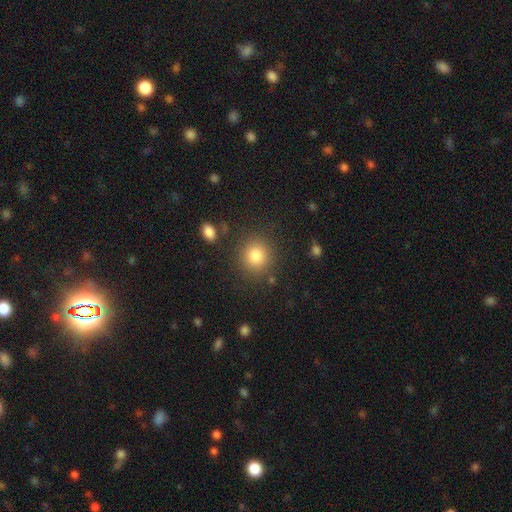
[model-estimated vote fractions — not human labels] A smooth galaxy with no disk features (83%) that is round (87%).

Vote fractions:
- Smooth or featured? smooth: 83% / star or artifact: 11% / featured or disk: 7%
- How rounded? round: 87% / in between: 12% / cigar-shaped: 1%
- Merging? none: 86% / minor disturbance: 8% / major disturbance: 3% / merger: 3%